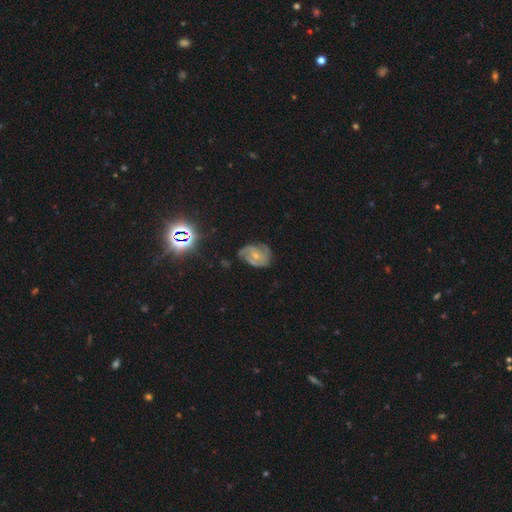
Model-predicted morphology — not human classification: The model was most divided on "spiral winding": tight: 45%, medium: 42%, loose: 14%. Remaining: edge-on disk — no (98%); spiral arms — yes (92%); smooth or featured — featured or disk (76%); bulge size — small (65%); bar — no (61%); merging — none (55%); spiral arm count — 2 (36%).